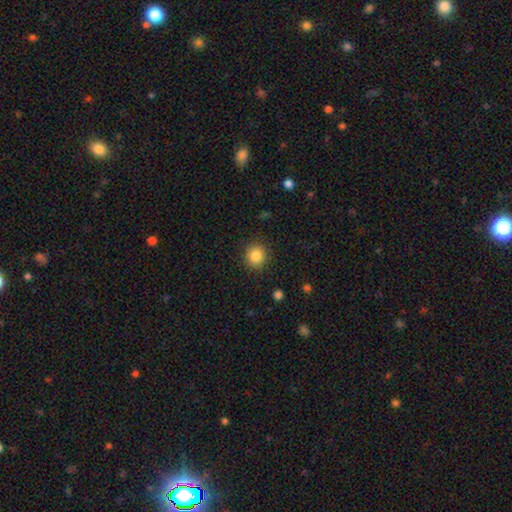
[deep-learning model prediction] Smooth or featured? Predicted: smooth (p=0.85). How rounded? Predicted: round (p=0.90). Merging? Predicted: none (p=0.90).